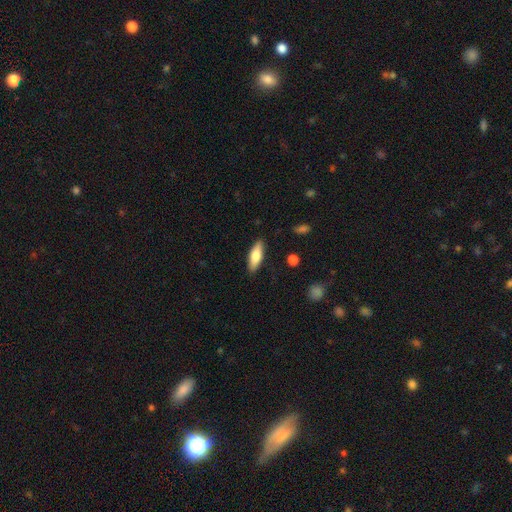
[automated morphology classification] Smooth or featured: smooth — 70% (featured or disk — 24%)
How rounded: in between — 56% (cigar-shaped — 42%)
Merging: none — 88% (minor disturbance — 9%)